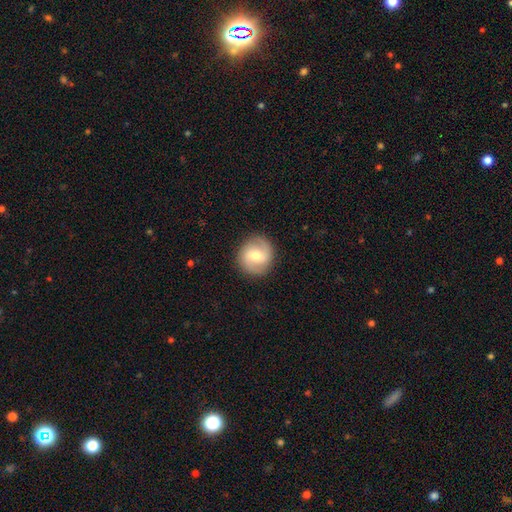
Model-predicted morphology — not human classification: featured or disk 58%, smooth 36%, star or artifact 6%. Down the decision tree: edge-on disk — no (97%); bar — weak (51%); spiral arms — yes (81%); bulge size — moderate (69%); merging — none (87%).